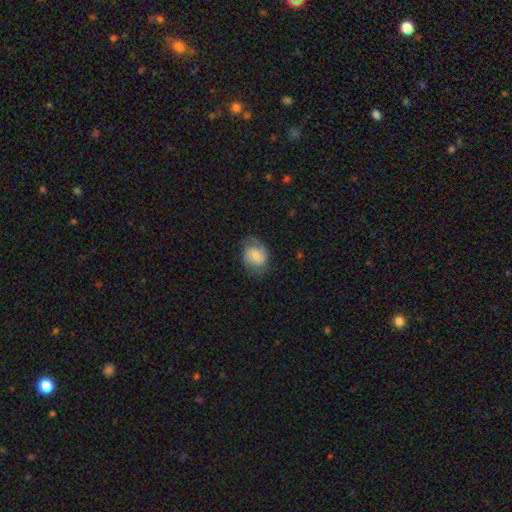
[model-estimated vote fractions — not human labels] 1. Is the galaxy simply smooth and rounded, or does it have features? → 50% featured or disk, 42% smooth, 8% star or artifact.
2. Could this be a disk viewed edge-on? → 97% no, 3% yes.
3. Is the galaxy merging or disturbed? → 65% none, 22% minor disturbance, 12% major disturbance, 1% merger.